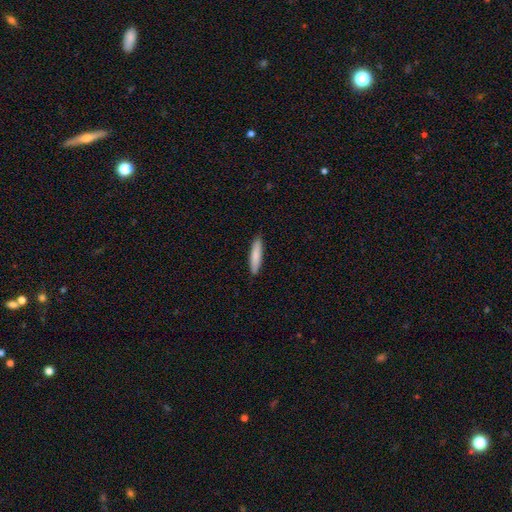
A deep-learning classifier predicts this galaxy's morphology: Q: Smooth or featured?
A: smooth (83%); runner-up: featured or disk (12%)
Q: How rounded?
A: cigar-shaped (84%); runner-up: in between (15%)
Q: Merging?
A: none (89%); runner-up: minor disturbance (9%)